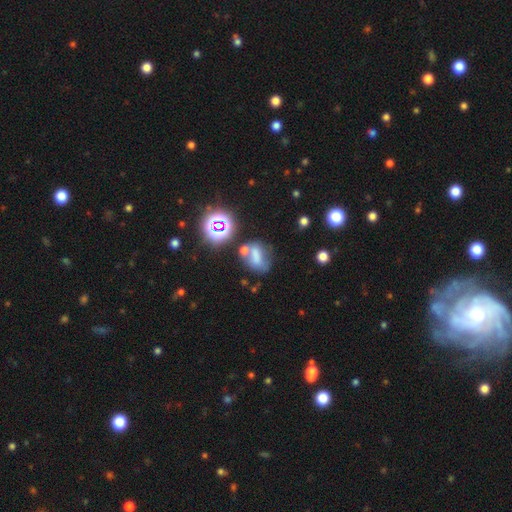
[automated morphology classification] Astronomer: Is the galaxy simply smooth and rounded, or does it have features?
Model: smooth — 53%.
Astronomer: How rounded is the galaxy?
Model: in between — 62%.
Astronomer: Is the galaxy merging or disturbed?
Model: none — 42% (runner-up: merger, 25%).